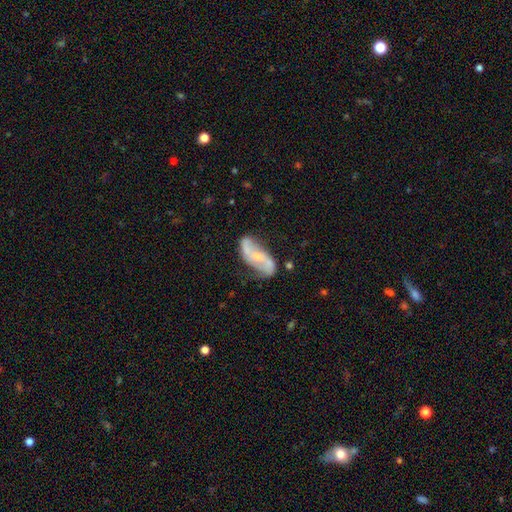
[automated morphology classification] type=featured or disk (79%); edge-on=no (93%); bar=no (48%); spiral arms=yes (92%); winding=loose (56%); arm count=2 (90%); bulge=small (51%); merging=none (70%).